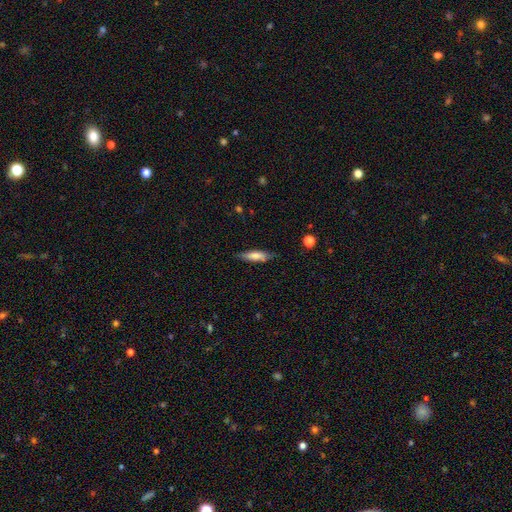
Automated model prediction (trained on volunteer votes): This appears to be a smooth galaxy with no disk features (70%) that is cigar-shaped (73%). Merging: none (81%).